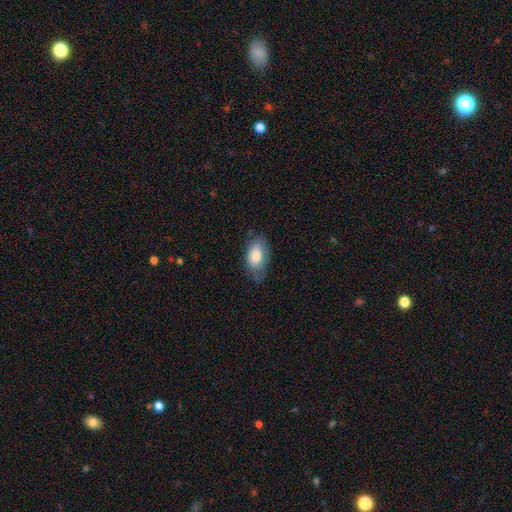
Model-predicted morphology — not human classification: Overall: smooth (79%). How rounded: in between (92%). Merging: none (62%; minor disturbance 29%).